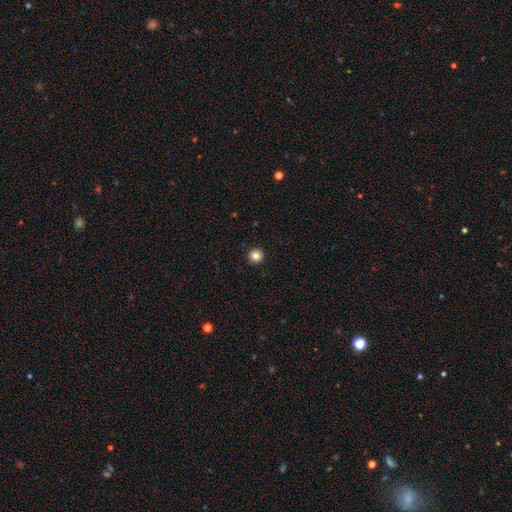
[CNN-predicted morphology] Overall: smooth (84%). How rounded: round (96%). Merging: none (94%).